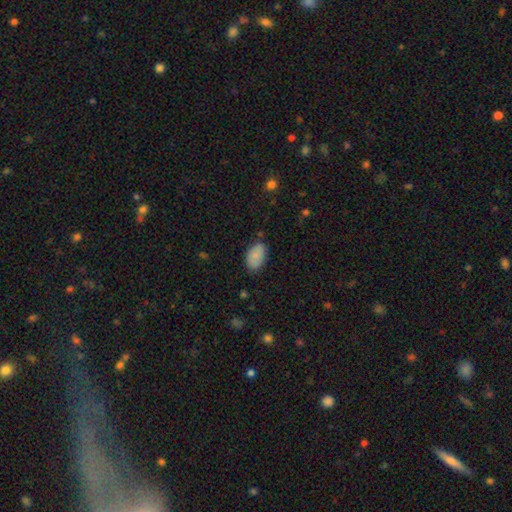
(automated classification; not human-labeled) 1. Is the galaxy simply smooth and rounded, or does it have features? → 84% smooth, 9% featured or disk, 7% star or artifact.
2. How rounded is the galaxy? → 93% in between, 5% round, 1% cigar-shaped.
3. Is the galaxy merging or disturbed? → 79% none, 16% minor disturbance, 3% major disturbance, 2% merger.